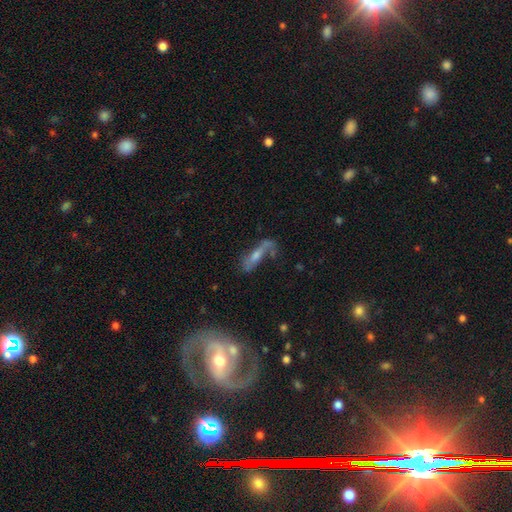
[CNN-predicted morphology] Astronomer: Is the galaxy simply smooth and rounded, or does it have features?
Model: smooth — 47% (runner-up: featured or disk, 45%).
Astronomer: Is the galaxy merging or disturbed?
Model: none — 41% (runner-up: minor disturbance, 24%).